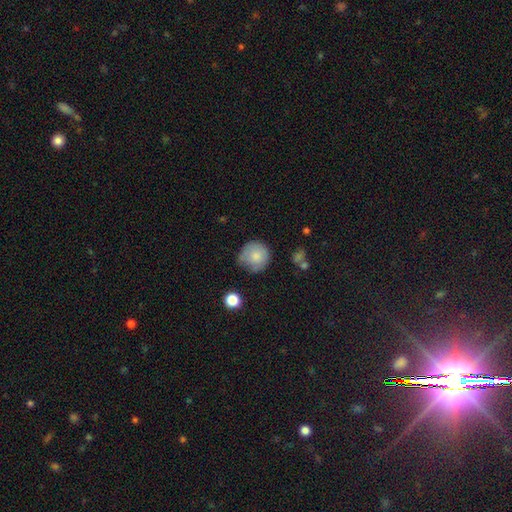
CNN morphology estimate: Q: Smooth or featured?
A: smooth (80%); runner-up: featured or disk (12%)
Q: How rounded?
A: round (91%); runner-up: in between (8%)
Q: Merging?
A: none (60%); runner-up: minor disturbance (29%)